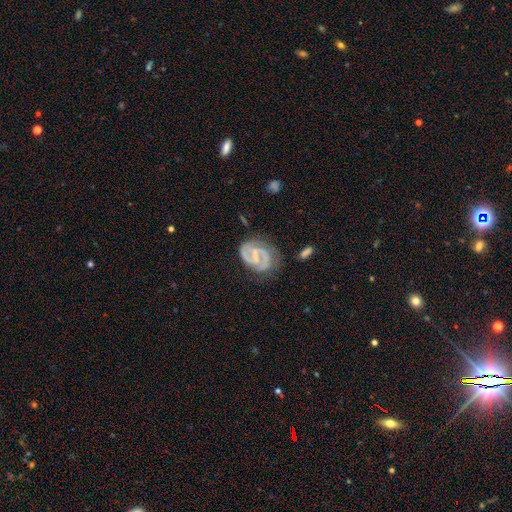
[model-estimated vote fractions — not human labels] Smooth or featured?
  - featured or disk: 85% *
  - smooth: 9%
  - star or artifact: 6%
Edge-on disk?
  - no: 98% *
  - yes: 2%
Bar?
  - weak: 47% *
  - strong: 30%
  - no: 23%
Spiral arms?
  - yes: 95% *
  - no: 5%
Spiral winding?
  - medium: 45% *
  - tight: 44%
  - loose: 12%
Spiral arm count?
  - 2: 81% *
  - can't tell: 6%
  - 3: 6%
  - 1: 3%
  - 4: 2%
  - more than 4: 2%
Bulge size?
  - small: 47% *
  - none: 35%
  - moderate: 15%
  - large: 2%
  - dominant: 1%
Merging?
  - none: 64% *
  - minor disturbance: 21%
  - major disturbance: 12%
  - merger: 3%